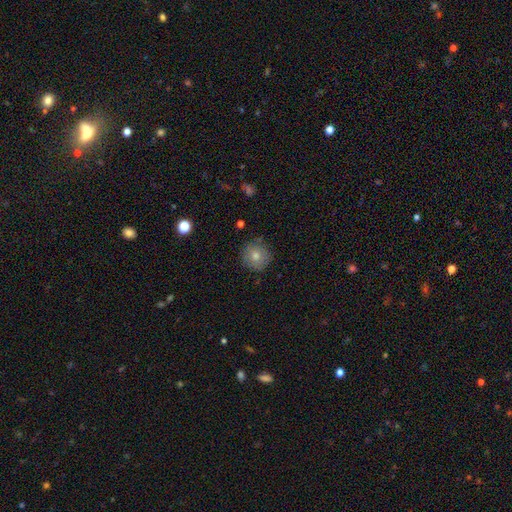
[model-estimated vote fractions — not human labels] Q: Smooth or featured?
A: smooth (70%); runner-up: featured or disk (16%)
Q: How rounded?
A: round (95%); runner-up: in between (4%)
Q: Merging?
A: none (88%); runner-up: minor disturbance (9%)